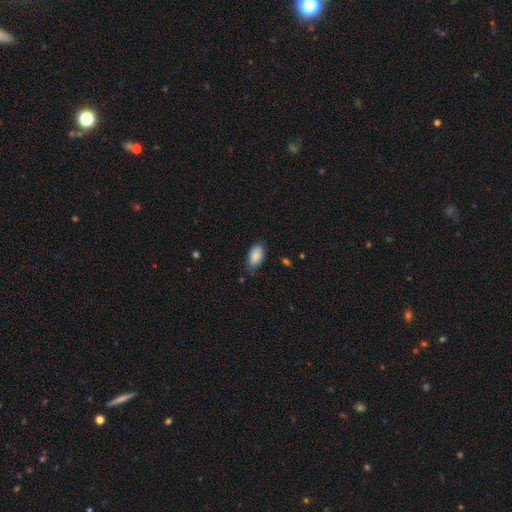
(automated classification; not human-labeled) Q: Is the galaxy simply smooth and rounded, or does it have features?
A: smooth — 87%.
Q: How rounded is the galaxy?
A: in between — 94%.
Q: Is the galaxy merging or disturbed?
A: none — 69%.